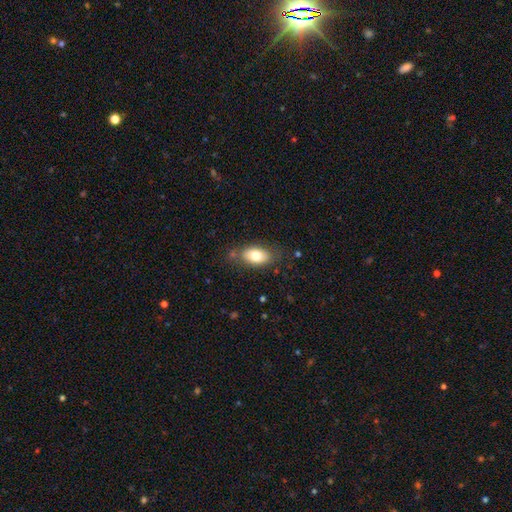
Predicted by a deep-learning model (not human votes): smooth 76%, featured or disk 17%, star or artifact 7%. Down the decision tree: how rounded — in between (90%); merging — none (73%).